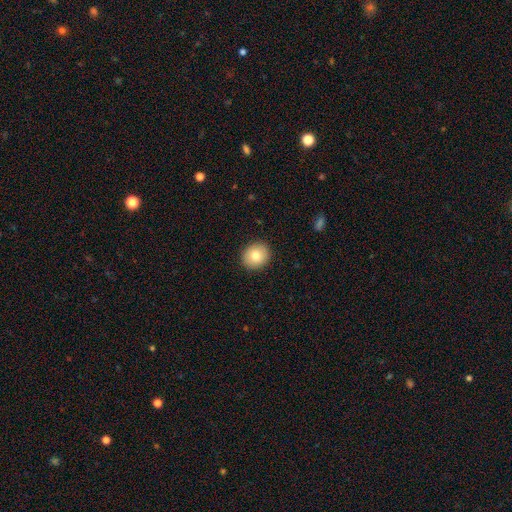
This is likely a smooth galaxy (78%). How rounded: likely round (79%). Merging: clearly none (89%).